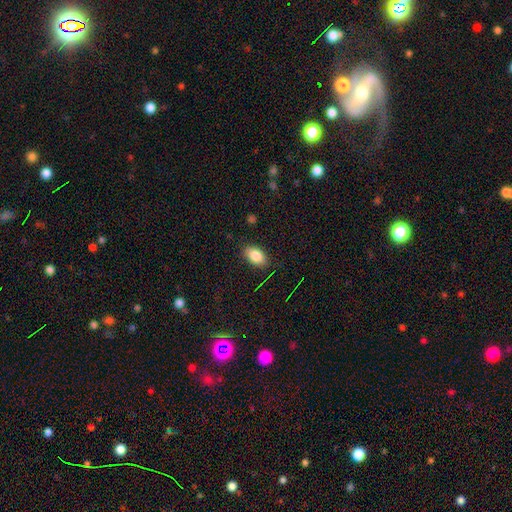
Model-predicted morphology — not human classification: smooth-or-featured: smooth: 85% | star or artifact: 8% | featured or disk: 7%
  how-rounded: in between: 91% | round: 7% | cigar-shaped: 2%
  merging: none: 84% | minor disturbance: 12% | major disturbance: 3% | merger: 1%